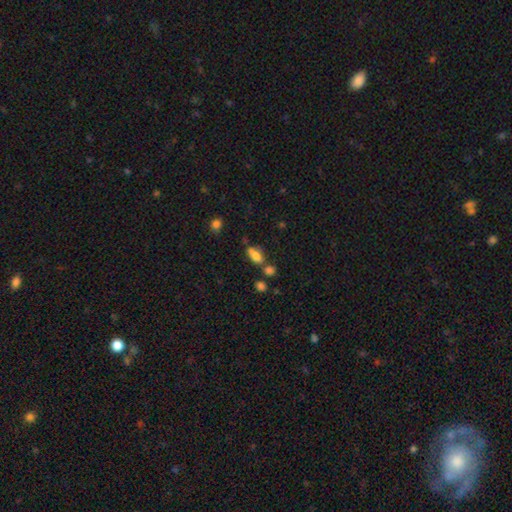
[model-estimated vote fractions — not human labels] Q: Smooth or featured?
A: smooth (71%); runner-up: featured or disk (17%)
Q: How rounded?
A: in between (80%); runner-up: round (13%)
Q: Merging?
A: none (45%); runner-up: merger (30%)